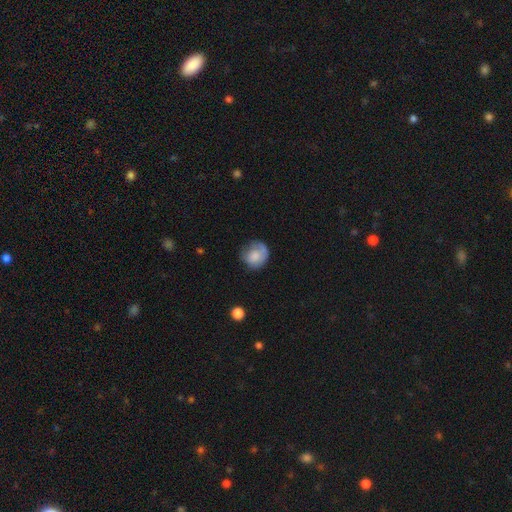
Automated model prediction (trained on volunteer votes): Q: Smooth or featured?
A: smooth (70%); runner-up: featured or disk (23%)
Q: How rounded?
A: round (80%); runner-up: in between (19%)
Q: Merging?
A: none (54%); runner-up: minor disturbance (27%)